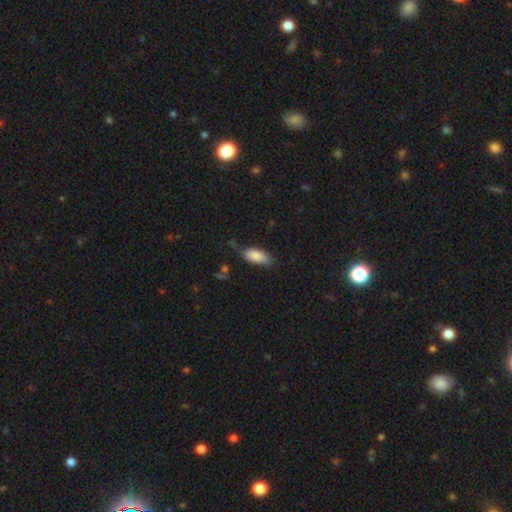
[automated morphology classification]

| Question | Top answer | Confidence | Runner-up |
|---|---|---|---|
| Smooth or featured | smooth | 86% | featured or disk (7%) |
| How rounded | in between | 86% | cigar-shaped (12%) |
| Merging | none | 66% | minor disturbance (26%) |